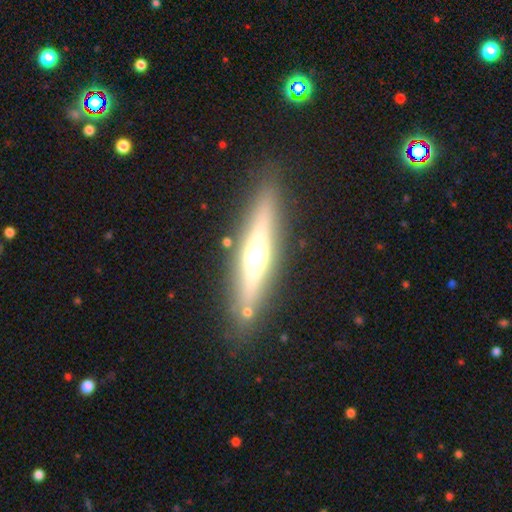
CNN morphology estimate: The model was most divided on "smooth or featured": featured or disk: 63%, smooth: 30%, star or artifact: 7%. More confident: edge-on bulge — rounded (91%); edge-on disk — yes (90%); merging — none (85%).